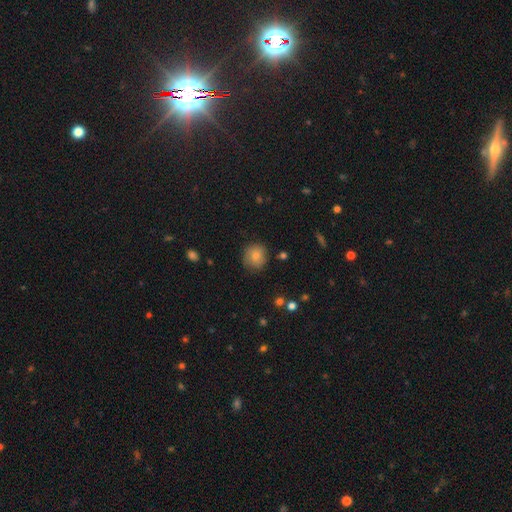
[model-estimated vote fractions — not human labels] Smooth or featured?
  - smooth: 76% *
  - featured or disk: 15%
  - star or artifact: 10%
How rounded?
  - round: 88% *
  - in between: 11%
  - cigar-shaped: 1%
Merging?
  - none: 79% *
  - minor disturbance: 16%
  - major disturbance: 4%
  - merger: 2%